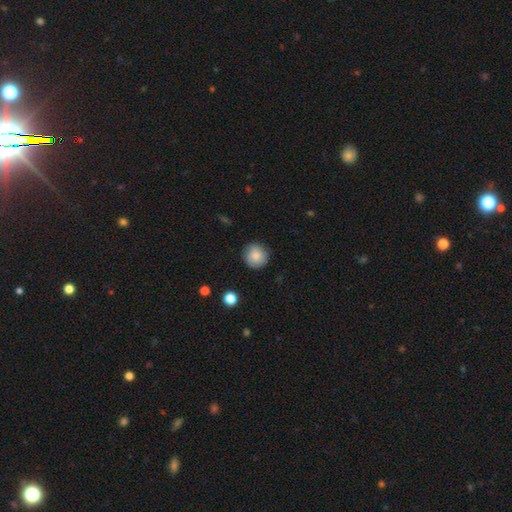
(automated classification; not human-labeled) This appears to be a smooth galaxy with no disk features (82%) that is round (94%). Merging: none (85%).